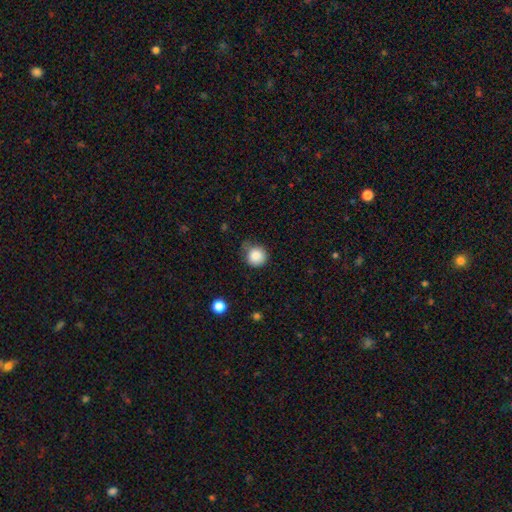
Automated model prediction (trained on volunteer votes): A smooth galaxy with no disk features (87%) that is round (90%).

Vote fractions:
- Smooth or featured? smooth: 87% / star or artifact: 9% / featured or disk: 4%
- How rounded? round: 90% / in between: 10% / cigar-shaped: 1%
- Merging? none: 60% / minor disturbance: 31% / major disturbance: 8% / merger: 2%